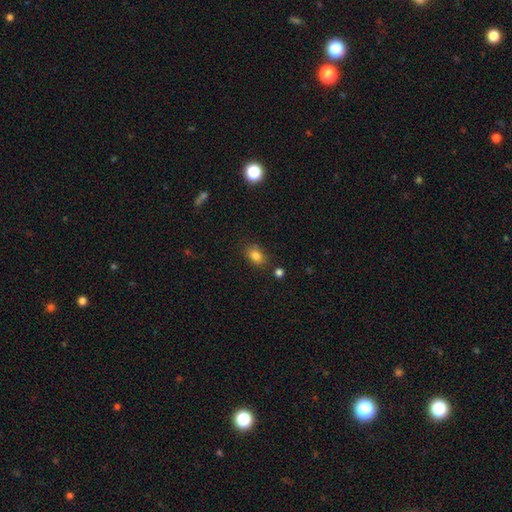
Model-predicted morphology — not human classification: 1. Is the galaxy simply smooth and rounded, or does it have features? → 82% smooth, 11% star or artifact, 7% featured or disk.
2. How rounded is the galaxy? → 78% in between, 20% round, 2% cigar-shaped.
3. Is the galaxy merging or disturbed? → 76% none, 15% minor disturbance, 6% merger, 4% major disturbance.